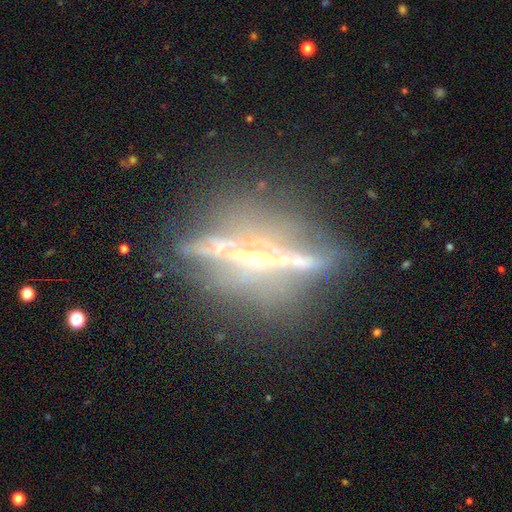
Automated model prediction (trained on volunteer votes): featured or disk 79%, star or artifact 12%, smooth 9%. Down the decision tree: edge-on disk — yes (88%); edge-on bulge — rounded (73%); merging — none (71%).